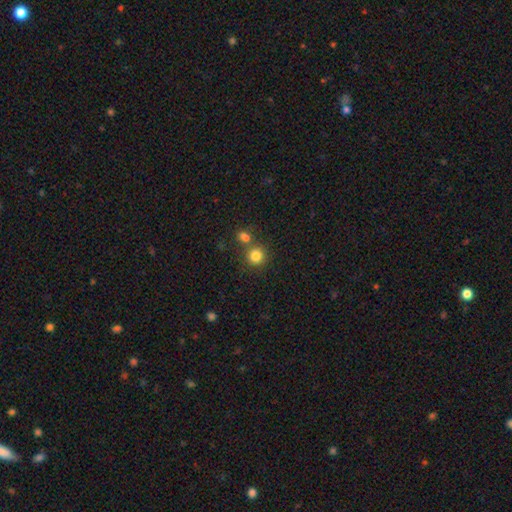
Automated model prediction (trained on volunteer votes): smooth_or_featured: smooth (p=0.83) [alt: star or artifact p=0.12]
how_rounded: round (p=0.90) [alt: in between p=0.09]
merging: none (p=0.70) [alt: merger p=0.19]